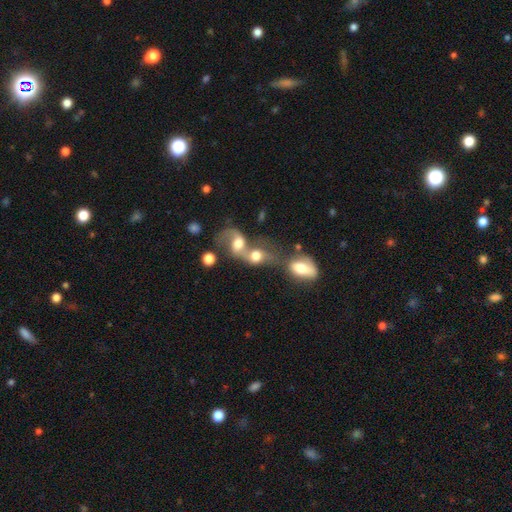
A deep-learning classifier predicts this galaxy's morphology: Smooth or featured?
  - smooth: 45% *
  - featured or disk: 42%
  - star or artifact: 13%
Merging?
  - merger: 74% *
  - none: 12%
  - major disturbance: 8%
  - minor disturbance: 5%